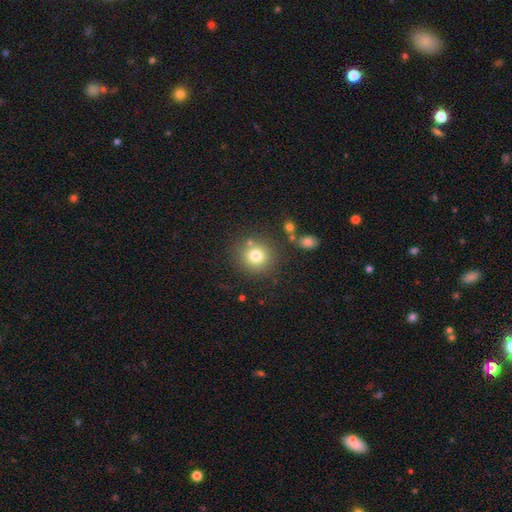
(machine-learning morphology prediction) smooth 77%, star or artifact 13%, featured or disk 10%. Down the decision tree: how rounded — round (91%); merging — none (79%).